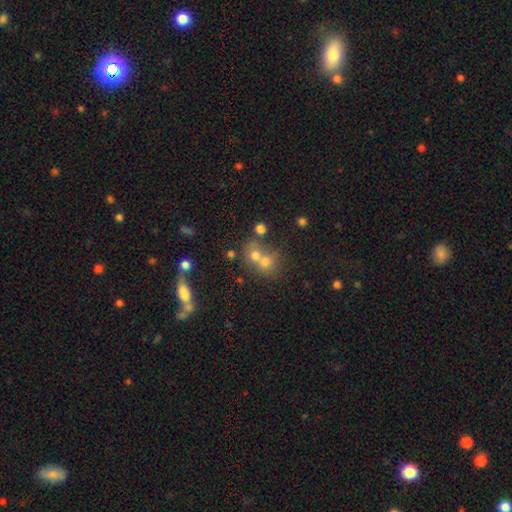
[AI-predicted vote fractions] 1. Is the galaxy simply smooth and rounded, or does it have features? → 64% smooth, 19% featured or disk, 17% star or artifact.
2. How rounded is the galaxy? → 71% round, 27% in between, 1% cigar-shaped.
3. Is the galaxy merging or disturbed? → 57% merger, 32% none, 7% minor disturbance, 4% major disturbance.